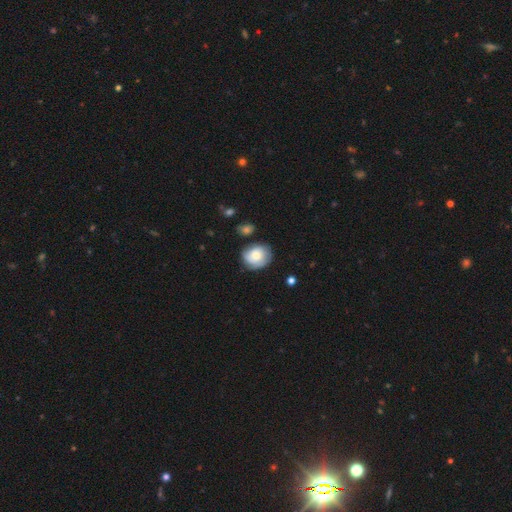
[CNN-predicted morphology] This is possibly a smooth galaxy (59%). How rounded: likely round (71%). Merging: likely none (68%).